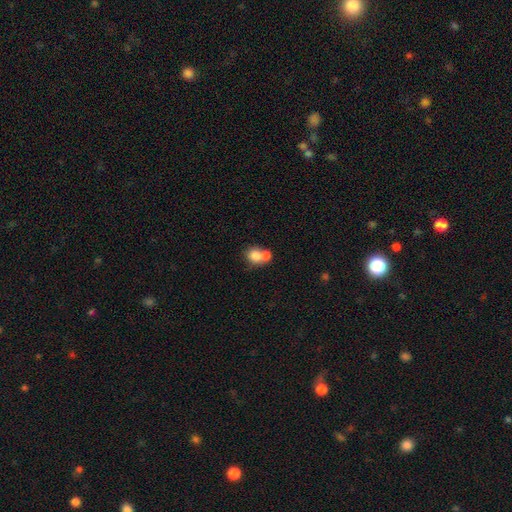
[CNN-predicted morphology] A smooth galaxy with no disk features (77%) that is round (74%).

Vote fractions:
- Smooth or featured? smooth: 77% / featured or disk: 14% / star or artifact: 9%
- How rounded? round: 74% / in between: 25% / cigar-shaped: 1%
- Merging? merger: 58% / none: 32% / minor disturbance: 7% / major disturbance: 3%